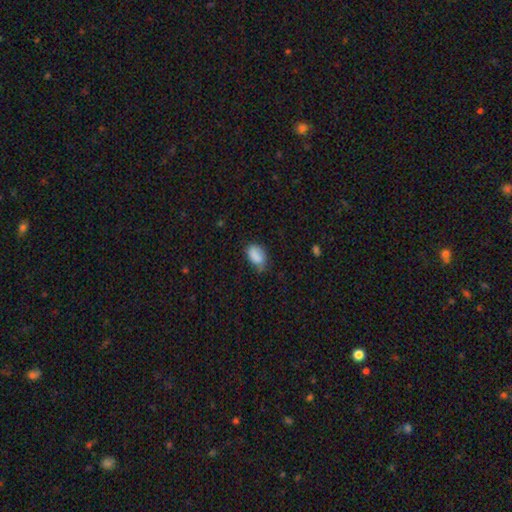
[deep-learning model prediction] Smooth or featured?
  - smooth: 82% *
  - featured or disk: 10%
  - star or artifact: 8%
How rounded?
  - in between: 83% *
  - round: 15%
  - cigar-shaped: 2%
Merging?
  - none: 49% *
  - minor disturbance: 38%
  - major disturbance: 11%
  - merger: 2%